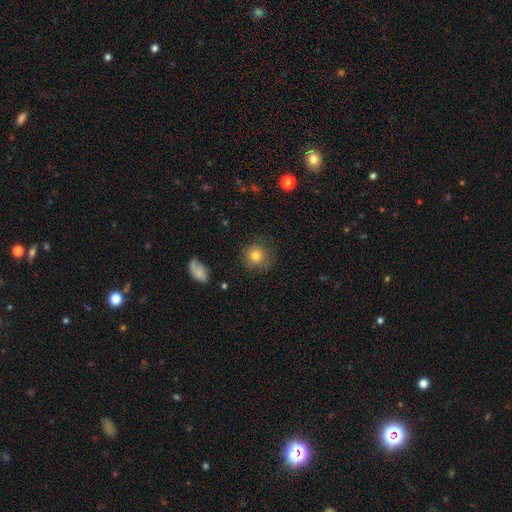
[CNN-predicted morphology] Smooth or featured: smooth — 77% (featured or disk — 12%)
How rounded: round — 91% (in between — 8%)
Merging: none — 80% (minor disturbance — 13%)